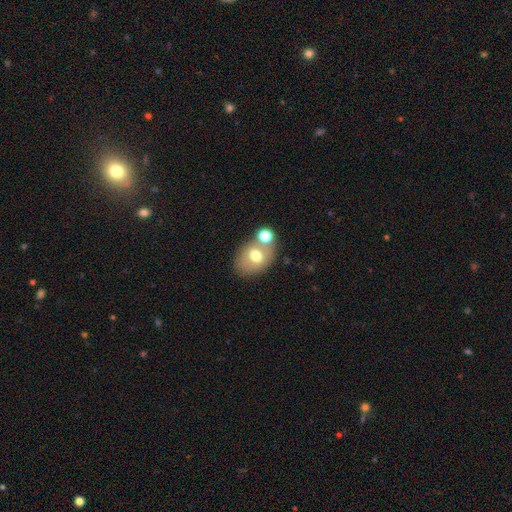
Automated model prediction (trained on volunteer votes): Smooth or featured: smooth — 66% (featured or disk — 24%)
How rounded: in between — 69% (round — 30%)
Merging: none — 53% (merger — 27%)